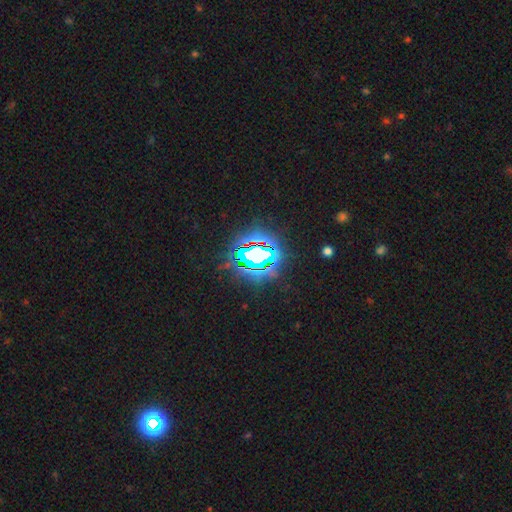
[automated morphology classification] type=star or artifact (74%).